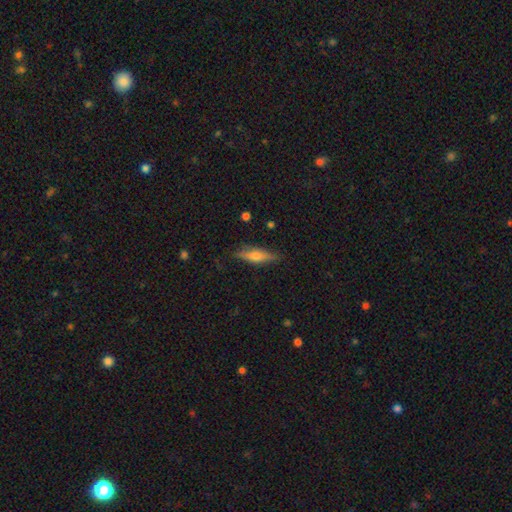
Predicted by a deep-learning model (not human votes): smooth_or_featured: featured or disk (p=0.52) [alt: smooth p=0.41]
disk_edge_on: yes (p=0.94) [alt: no p=0.06]
merging: none (p=0.85) [alt: minor disturbance p=0.11]